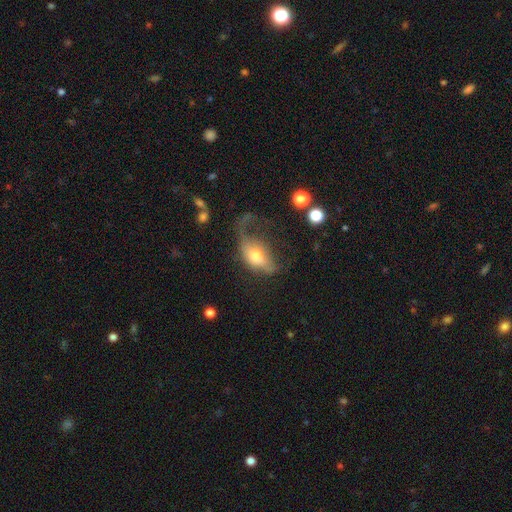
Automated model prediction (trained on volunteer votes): A smooth galaxy with no disk features (55%) that is in between round and cigar-shaped (83%).

Vote fractions:
- Smooth or featured? smooth: 55% / featured or disk: 37% / star or artifact: 8%
- How rounded? in between: 83% / round: 13% / cigar-shaped: 4%
- Merging? major disturbance: 54% / none: 22% / minor disturbance: 20% / merger: 5%